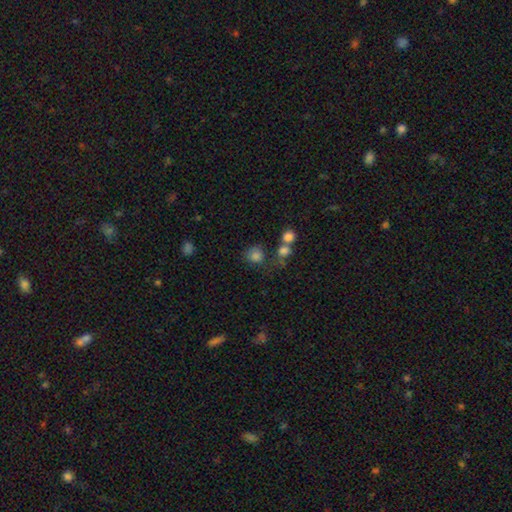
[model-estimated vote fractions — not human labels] A smooth galaxy with no disk features (79%) that is round (81%).

Vote fractions:
- Smooth or featured? smooth: 79% / star or artifact: 13% / featured or disk: 7%
- How rounded? round: 81% / in between: 18% / cigar-shaped: 1%
- Merging? none: 57% / merger: 18% / minor disturbance: 15% / major disturbance: 9%